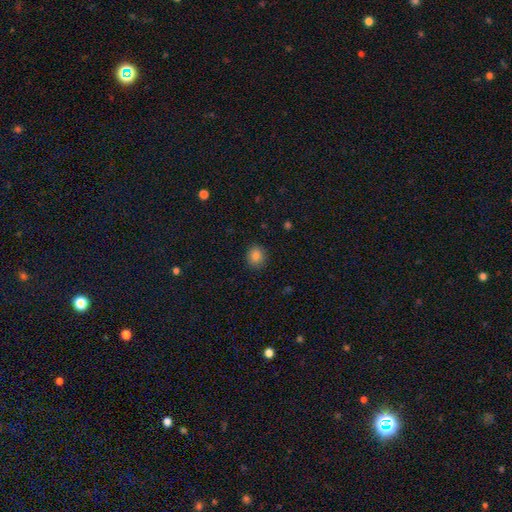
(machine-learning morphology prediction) This is clearly a smooth galaxy (85%). How rounded: likely round (76%). Merging: clearly none (90%).